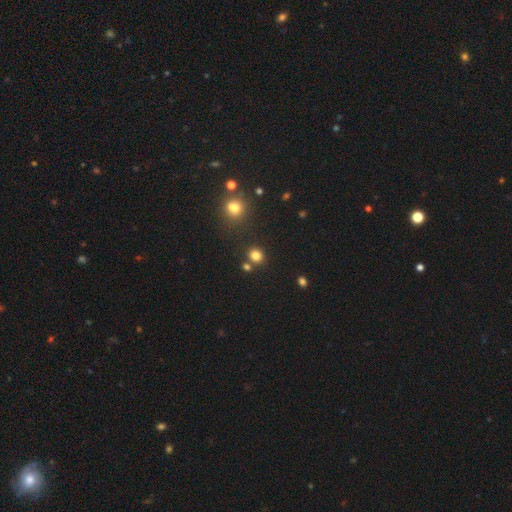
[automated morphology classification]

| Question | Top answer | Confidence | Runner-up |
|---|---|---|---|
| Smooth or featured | smooth | 80% | star or artifact (15%) |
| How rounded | round | 81% | in between (18%) |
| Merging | none | 78% | merger (11%) |